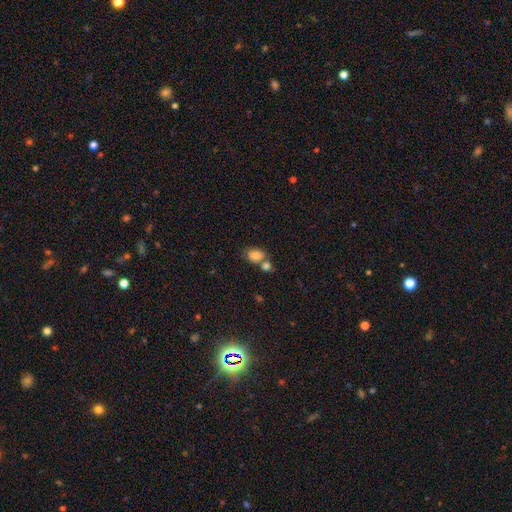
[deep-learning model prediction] Q: Smooth or featured?
A: smooth (82%); runner-up: star or artifact (9%)
Q: How rounded?
A: in between (81%); runner-up: round (18%)
Q: Merging?
A: none (42%); runner-up: merger (40%)